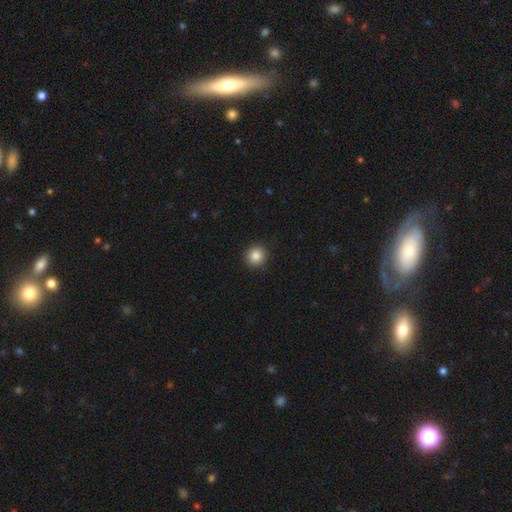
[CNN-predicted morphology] Overall: smooth (86%). How rounded: round (92%). Merging: none (92%).